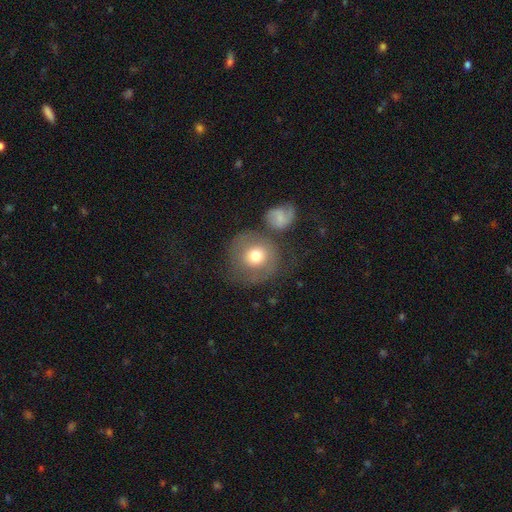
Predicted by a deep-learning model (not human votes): A smooth galaxy with no disk features (61%) that is round (89%). Merging: none (58%).